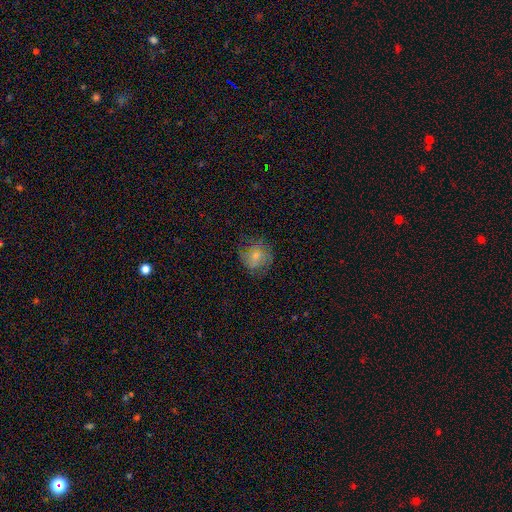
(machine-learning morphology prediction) This is possibly a smooth galaxy (57%). How rounded: clearly round (82%). Merging: likely none (72%).